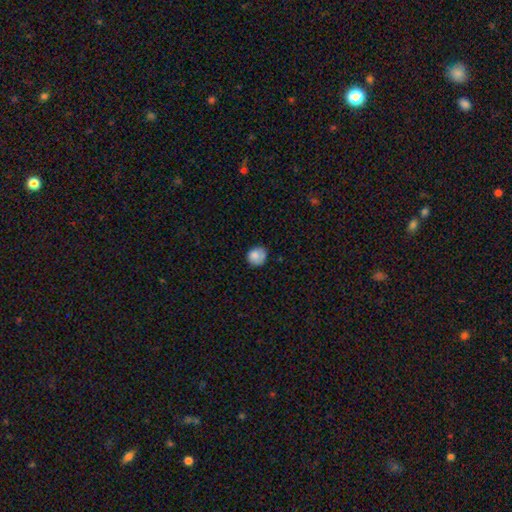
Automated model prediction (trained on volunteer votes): This is clearly a smooth galaxy (82%). How rounded: clearly round (83%). Merging: likely none (70%).